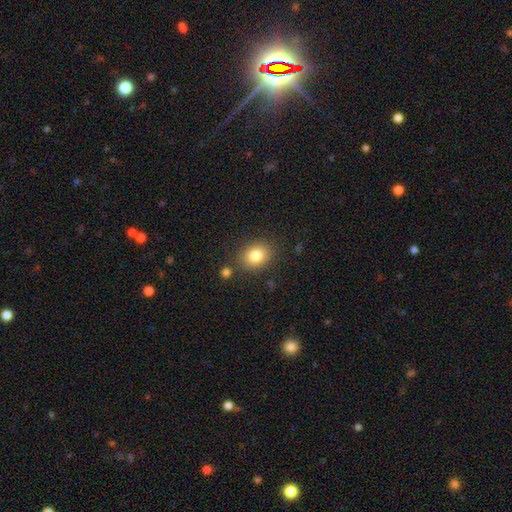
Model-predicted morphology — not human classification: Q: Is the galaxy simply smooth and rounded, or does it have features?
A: smooth — 82%.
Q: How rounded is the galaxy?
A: round — 53%.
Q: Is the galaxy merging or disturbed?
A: none — 82%.